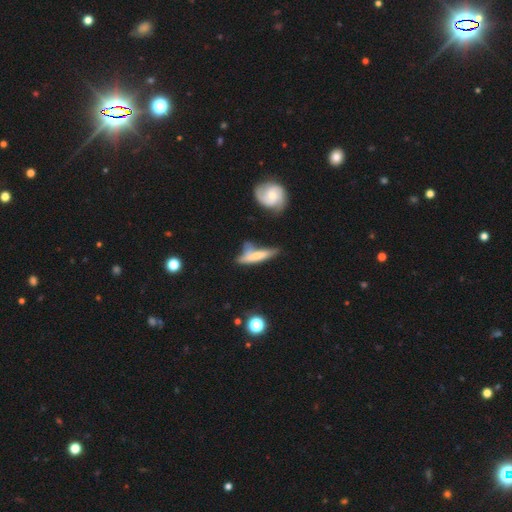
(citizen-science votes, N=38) Volunteers were most divided on "smooth or featured": smooth: 53%, featured or disk: 39%, star or artifact: 8%. More confident: how rounded — cigar-shaped (85%); merging — none (63%).